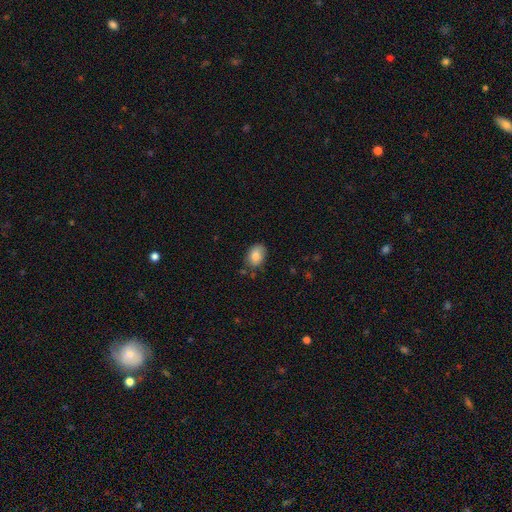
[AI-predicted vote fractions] This appears to be a smooth galaxy with no disk features (85%) that is in between round and cigar-shaped (78%). Merging: none (77%).